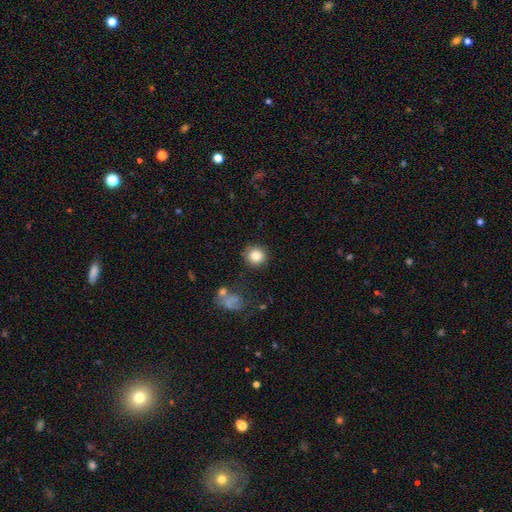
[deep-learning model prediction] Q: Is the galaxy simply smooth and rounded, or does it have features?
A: smooth — 84%.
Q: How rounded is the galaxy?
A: round — 90%.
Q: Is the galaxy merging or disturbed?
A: none — 87%.